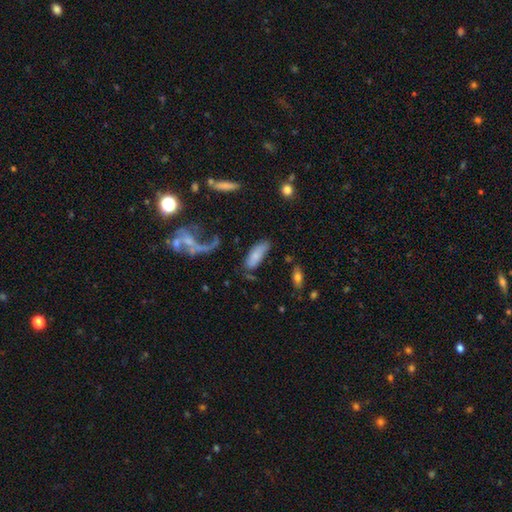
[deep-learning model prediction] A smooth galaxy with no disk features (69%) that is in between round and cigar-shaped (74%).

Vote fractions:
- Smooth or featured? smooth: 69% / featured or disk: 23% / star or artifact: 8%
- How rounded? in between: 74% / cigar-shaped: 24% / round: 2%
- Merging? none: 52% / minor disturbance: 24% / major disturbance: 16% / merger: 8%